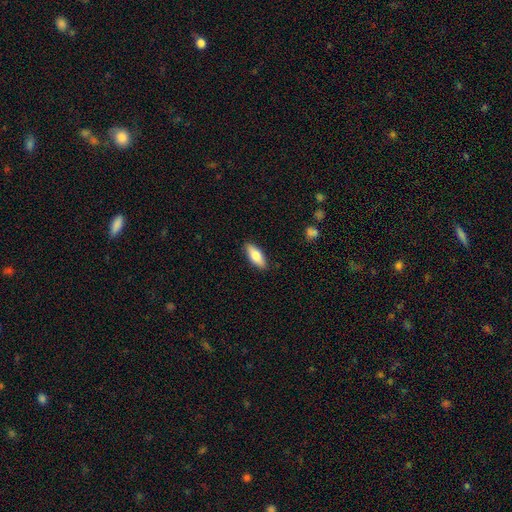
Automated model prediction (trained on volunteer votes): Morphology: type=smooth (75%); roundness=in between (71%); merging=none (89%).